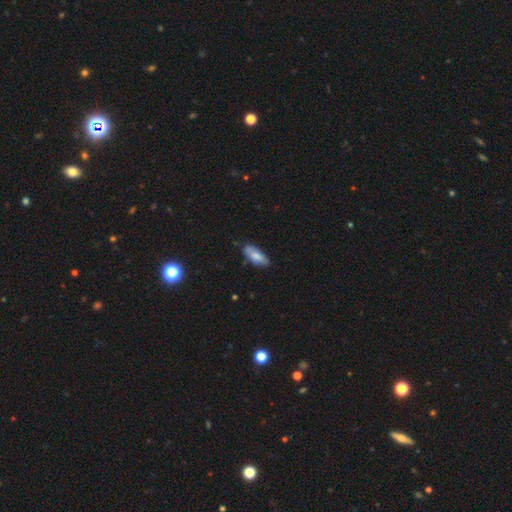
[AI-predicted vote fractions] Smooth or featured: smooth — 71% (featured or disk — 23%)
How rounded: in between — 80% (cigar-shaped — 18%)
Merging: none — 71% (minor disturbance — 23%)